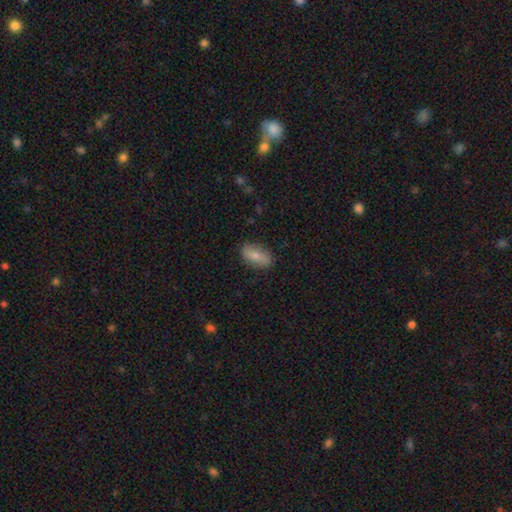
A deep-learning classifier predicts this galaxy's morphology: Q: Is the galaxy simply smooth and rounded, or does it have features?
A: smooth — 73%.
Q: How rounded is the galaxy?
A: in between — 90%.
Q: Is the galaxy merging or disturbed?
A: none — 82%.